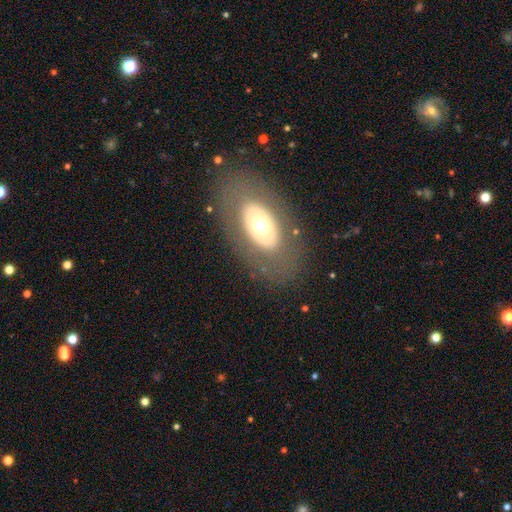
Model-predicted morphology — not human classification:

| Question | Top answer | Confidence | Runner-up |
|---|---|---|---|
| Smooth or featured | featured or disk | 53% | smooth (38%) |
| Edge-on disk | no | 89% | yes (11%) |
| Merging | none | 84% | minor disturbance (10%) |